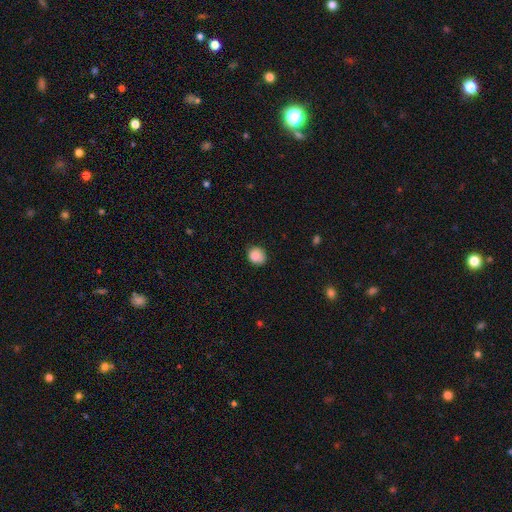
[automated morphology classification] Smooth or featured?
  - smooth: 88% *
  - star or artifact: 8%
  - featured or disk: 4%
How rounded?
  - round: 72% *
  - in between: 28%
  - cigar-shaped: 1%
Merging?
  - none: 80% *
  - minor disturbance: 16%
  - major disturbance: 3%
  - merger: 1%